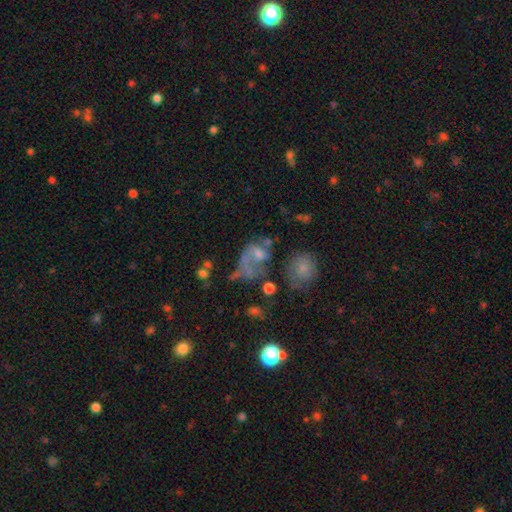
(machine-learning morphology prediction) type=featured or disk (41%, tied with smooth); merging=major disturbance (40%).